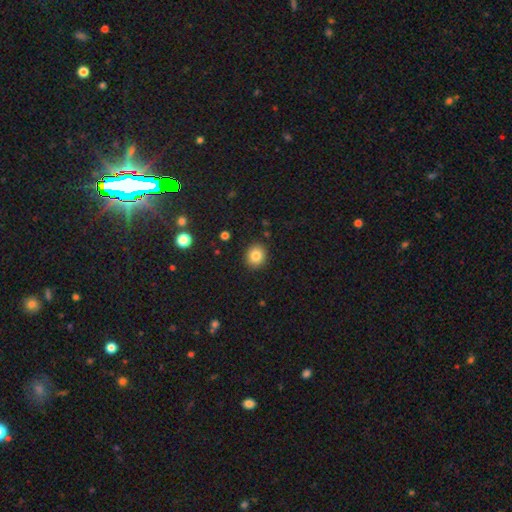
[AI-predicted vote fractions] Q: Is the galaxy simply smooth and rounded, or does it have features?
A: smooth — 83%.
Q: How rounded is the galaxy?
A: round — 77%.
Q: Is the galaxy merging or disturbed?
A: none — 90%.